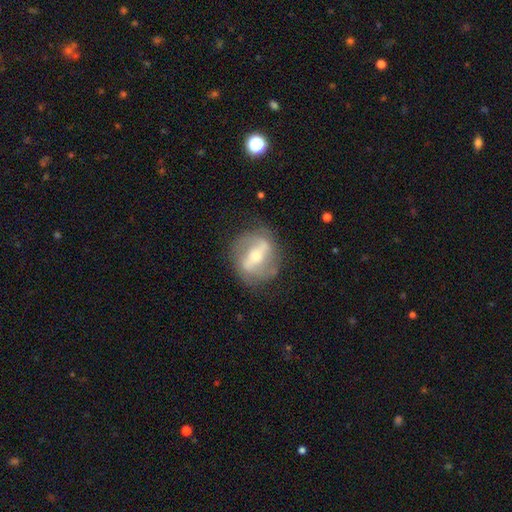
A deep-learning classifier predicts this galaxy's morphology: A featured or disk galaxy (78%) with a strong bar (56%), 2 (78%) medium (41%) spiral arms (78%) and a moderate central bulge (54%). Merging: none (75%).